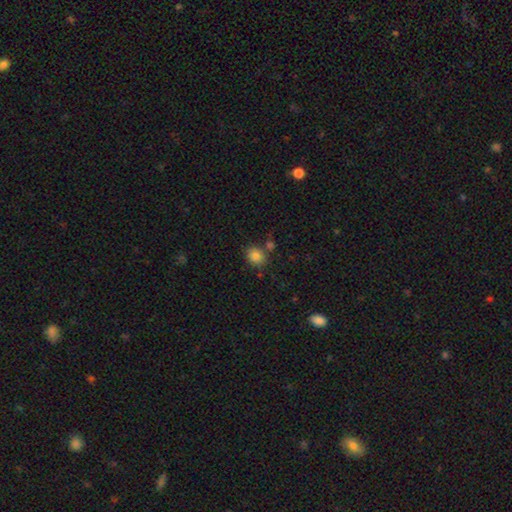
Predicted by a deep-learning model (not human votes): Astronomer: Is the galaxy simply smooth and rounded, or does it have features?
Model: smooth — 84%.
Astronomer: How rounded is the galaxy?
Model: round — 65%.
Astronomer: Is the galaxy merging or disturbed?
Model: none — 74%.